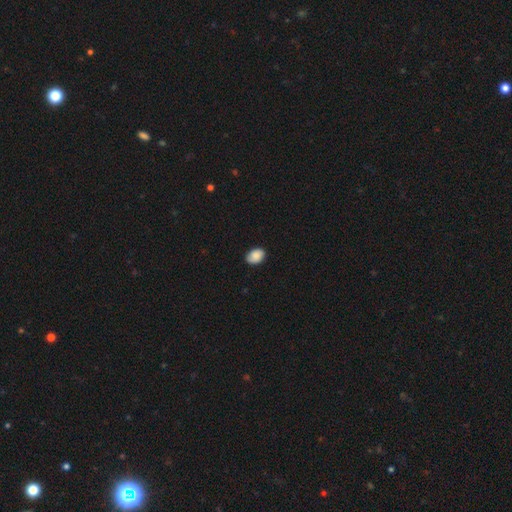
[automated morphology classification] Smooth or featured: smooth — 86% (star or artifact — 7%)
How rounded: in between — 78% (round — 21%)
Merging: none — 81% (minor disturbance — 15%)